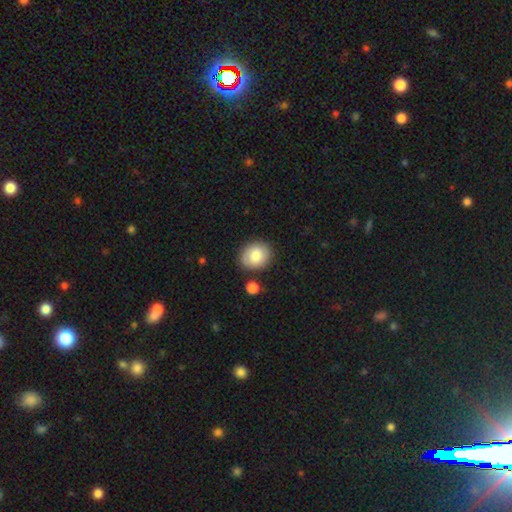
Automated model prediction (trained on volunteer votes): Smooth or featured? smooth (78%)
How rounded? round (65%)
Merging? none (80%)